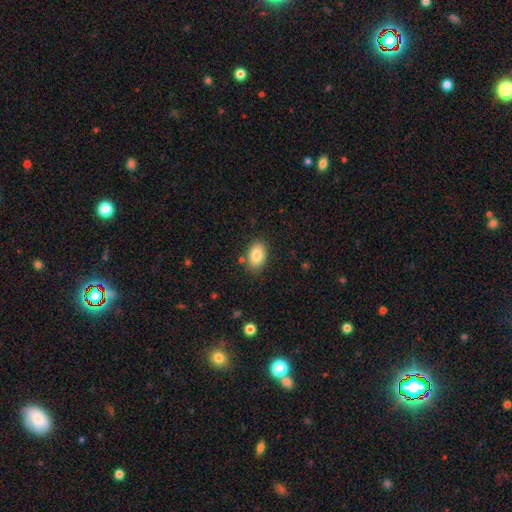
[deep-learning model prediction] Morphology: type=smooth (85%); roundness=in between (89%); merging=none (84%).